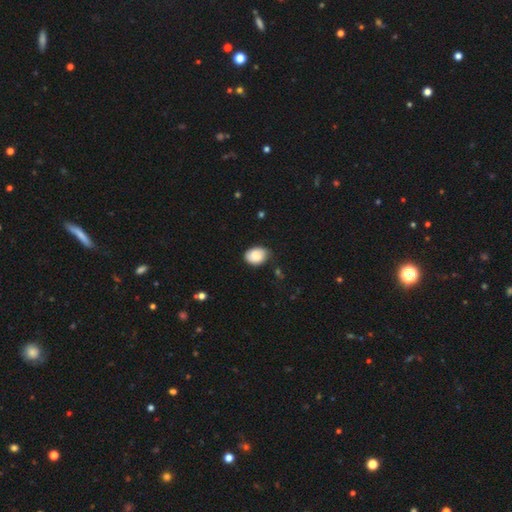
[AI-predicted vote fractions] A smooth galaxy with no disk features (85%) that is in between round and cigar-shaped (71%). Merging: none (75%).